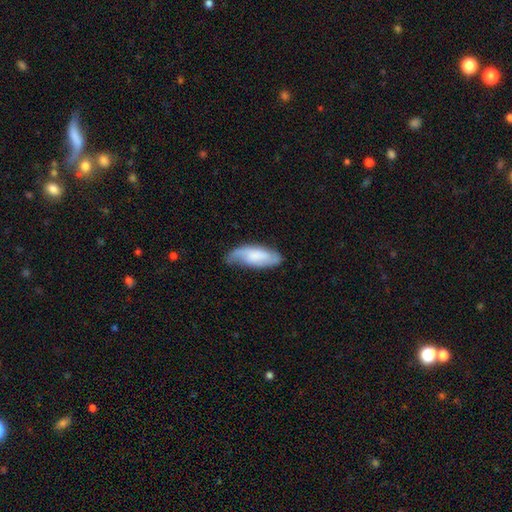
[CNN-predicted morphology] smooth 51%, featured or disk 43%, star or artifact 6%. Down the decision tree: how rounded — in between (77%); merging — none (61%).